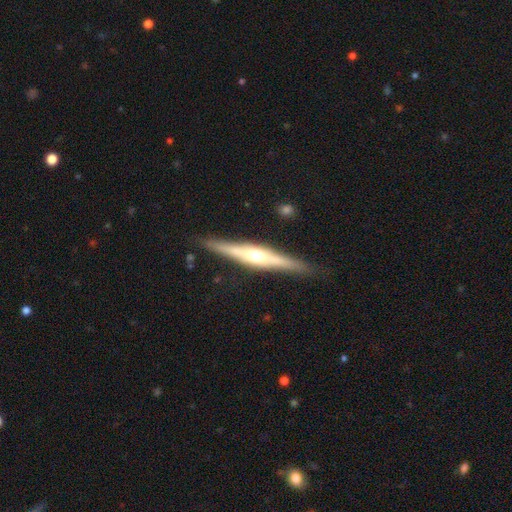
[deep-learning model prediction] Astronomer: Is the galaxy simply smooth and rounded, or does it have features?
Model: featured or disk — 77%.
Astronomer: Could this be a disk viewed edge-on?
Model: yes — 97%.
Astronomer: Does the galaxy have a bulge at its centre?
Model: rounded — 82%.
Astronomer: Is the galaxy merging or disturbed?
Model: none — 87%.